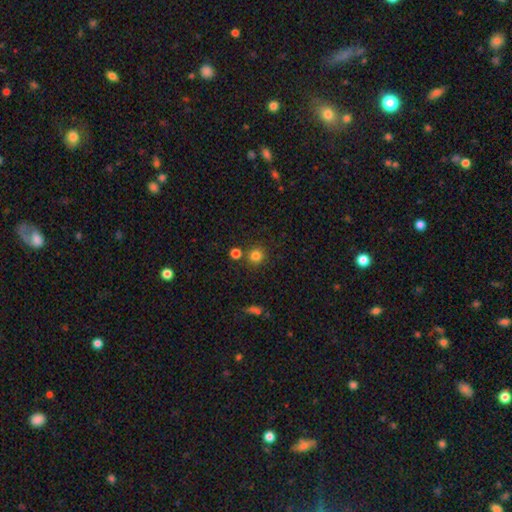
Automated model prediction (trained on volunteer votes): smooth_or_featured: smooth (p=0.81) [alt: star or artifact p=0.14]
how_rounded: round (p=0.92) [alt: in between p=0.07]
merging: none (p=0.79) [alt: merger p=0.10]